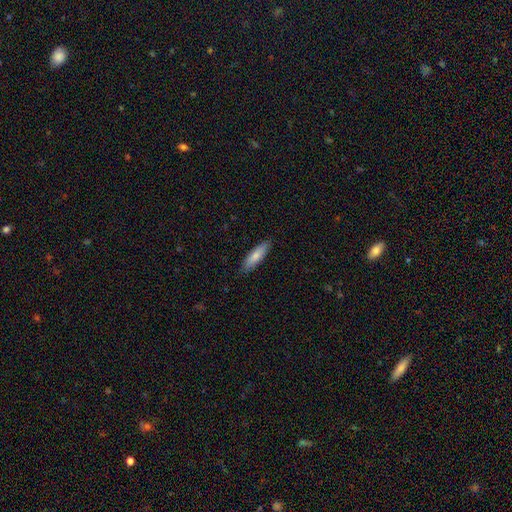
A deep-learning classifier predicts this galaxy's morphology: This is likely a smooth galaxy (79%). How rounded: likely cigar-shaped (67%). Merging: clearly none (87%).